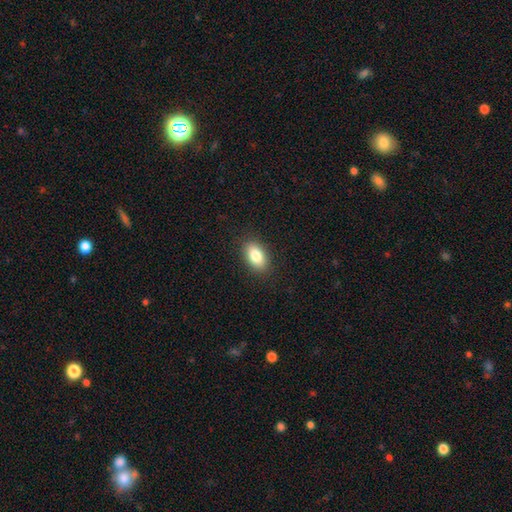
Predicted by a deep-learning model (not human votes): smooth 84%, featured or disk 9%, star or artifact 8%. Down the decision tree: how rounded — in between (91%); merging — none (89%).